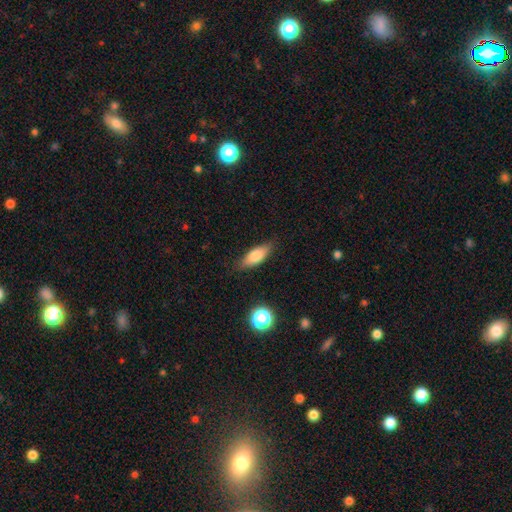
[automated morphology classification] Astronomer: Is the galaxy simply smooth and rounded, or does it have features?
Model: smooth — 74%.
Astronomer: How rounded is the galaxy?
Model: in between — 69%.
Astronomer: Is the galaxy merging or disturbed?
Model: none — 80%.